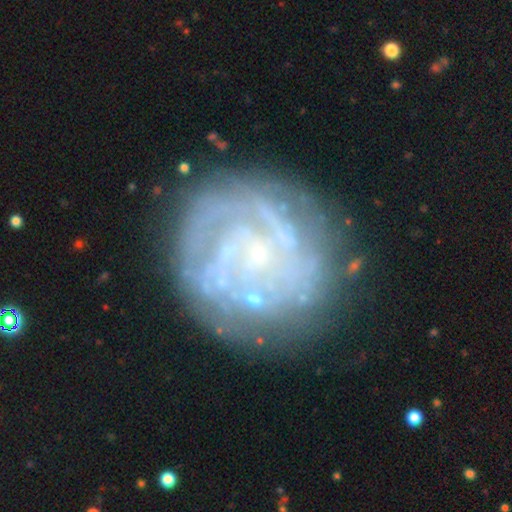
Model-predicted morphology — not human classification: type=featured or disk (76%); edge-on=no (98%); bar=no (71%); spiral arms=yes (73%); winding=tight (66%); arm count=can't tell (46%); bulge=small (64%); merging=none (72%).